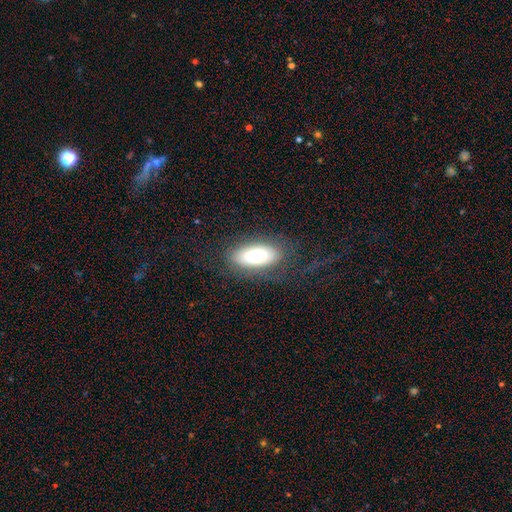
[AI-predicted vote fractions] smooth_or_featured: smooth (p=0.70) [alt: featured or disk p=0.23]
how_rounded: in between (p=0.86) [alt: cigar-shaped p=0.11]
merging: none (p=0.72) [alt: minor disturbance p=0.16]